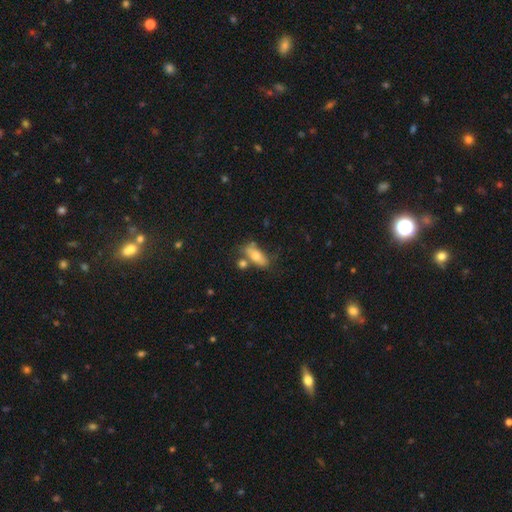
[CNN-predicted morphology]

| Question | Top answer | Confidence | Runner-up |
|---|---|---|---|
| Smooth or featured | smooth | 67% | featured or disk (26%) |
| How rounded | in between | 75% | cigar-shaped (21%) |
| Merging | none | 52% | minor disturbance (21%) |